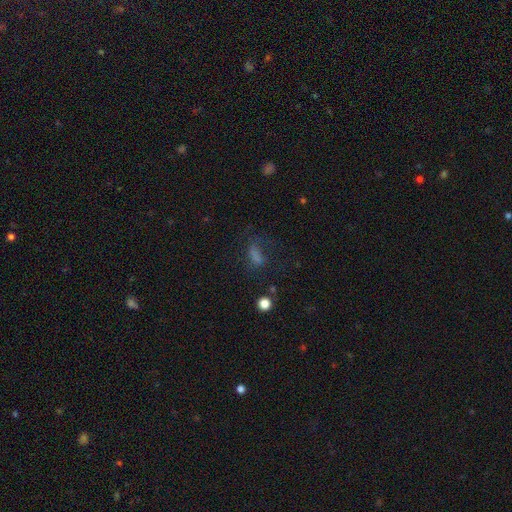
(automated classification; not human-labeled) This appears to be a smooth galaxy with no disk features (57%) that is in between round and cigar-shaped (66%). Merging: none (53%).